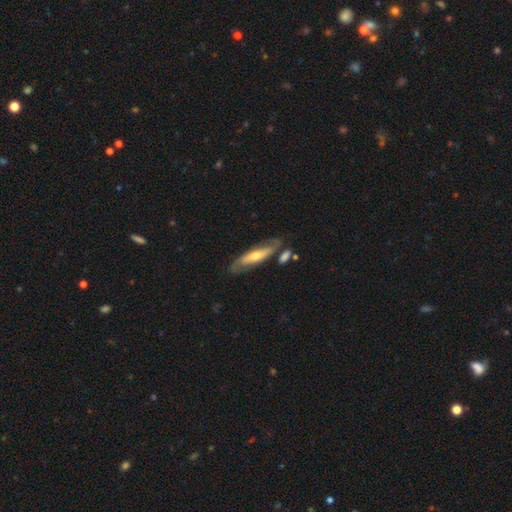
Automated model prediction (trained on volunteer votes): Morphology: type=featured or disk (66%); edge-on=no (58%); merging=none (69%).